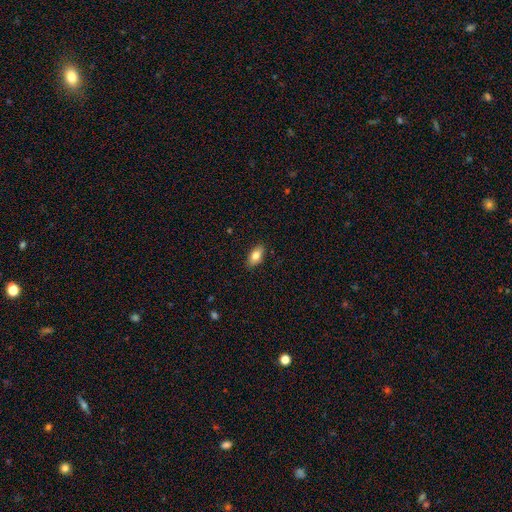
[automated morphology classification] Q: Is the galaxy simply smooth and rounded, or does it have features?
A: smooth — 79%.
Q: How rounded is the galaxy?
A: in between — 88%.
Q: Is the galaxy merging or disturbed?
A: none — 88%.